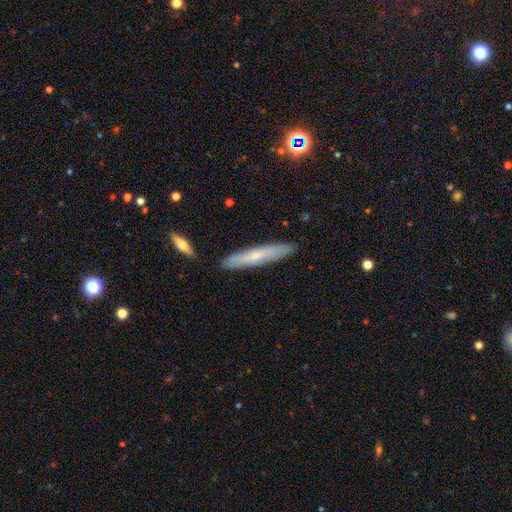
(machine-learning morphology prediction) Smooth or featured: smooth — 54% (featured or disk — 39%)
How rounded: cigar-shaped — 92% (in between — 6%)
Merging: none — 87% (minor disturbance — 9%)